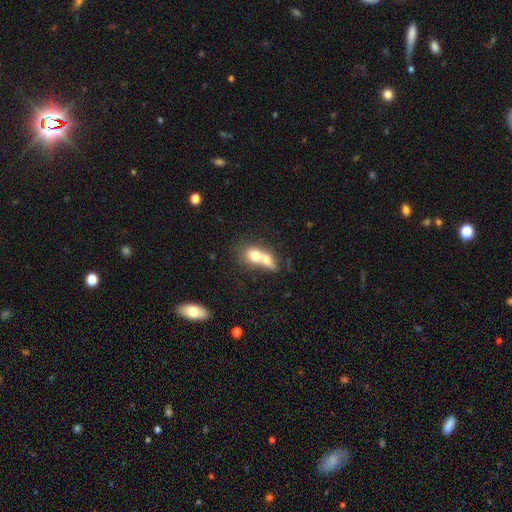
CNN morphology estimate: This appears to be a smooth galaxy with no disk features (67%) that is in between round and cigar-shaped (54%). Merging: merger (75%).